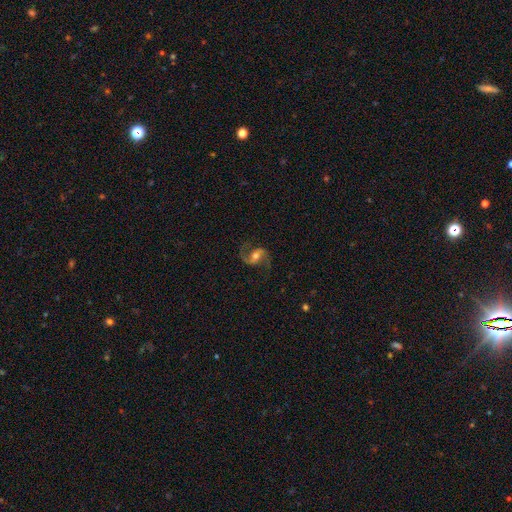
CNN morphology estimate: Smooth or featured? featured or disk (85%)
Edge-on disk? no (97%)
Bar? weak (42%)
Spiral arms? yes (96%)
Spiral winding? loose (53%)
Spiral arm count? 2 (93%)
Bulge size? moderate (68%)
Merging? none (78%)